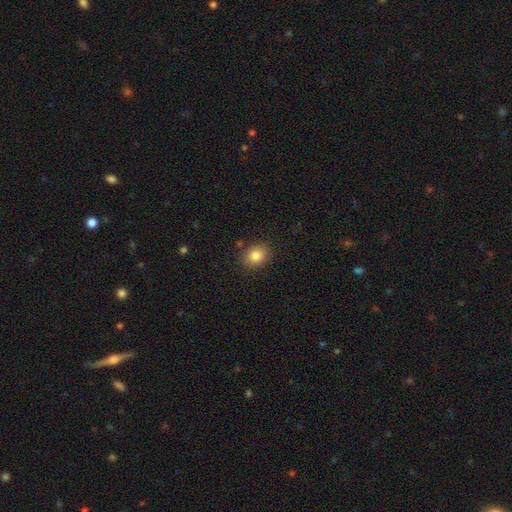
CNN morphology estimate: Smooth or featured? smooth (84%)
How rounded? round (54%)
Merging? none (86%)